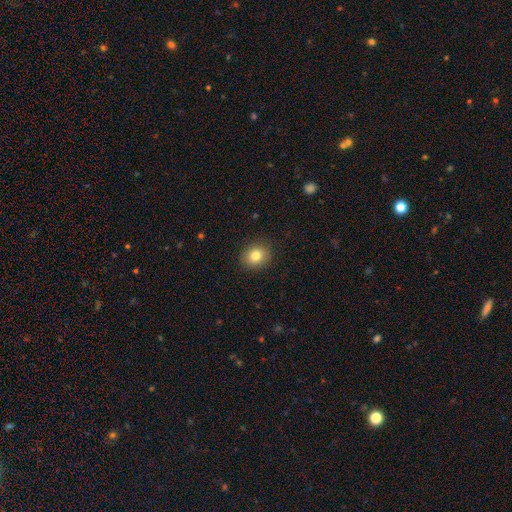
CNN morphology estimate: Q: Smooth or featured?
A: smooth (81%); runner-up: star or artifact (10%)
Q: How rounded?
A: round (67%); runner-up: in between (32%)
Q: Merging?
A: none (89%); runner-up: minor disturbance (8%)